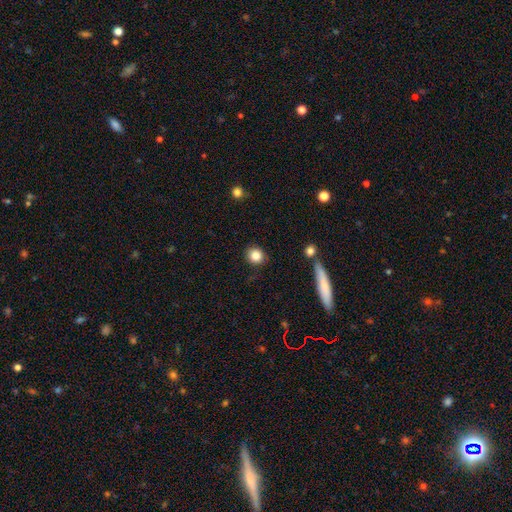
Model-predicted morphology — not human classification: Overall: smooth (85%). How rounded: round (87%). Merging: none (87%).